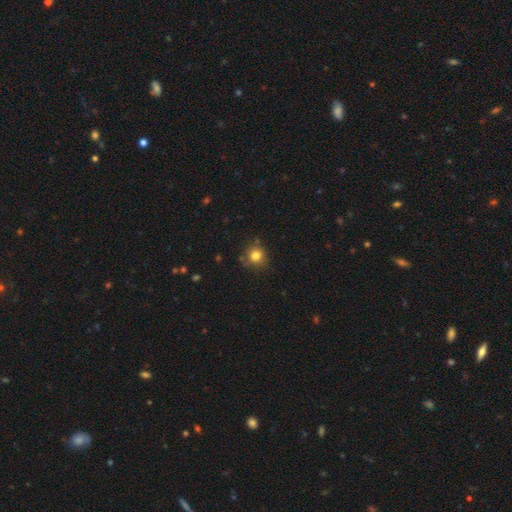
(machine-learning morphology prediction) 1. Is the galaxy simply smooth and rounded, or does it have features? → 80% smooth, 12% star or artifact, 7% featured or disk.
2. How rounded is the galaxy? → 85% round, 14% in between, 1% cigar-shaped.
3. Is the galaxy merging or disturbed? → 77% none, 16% minor disturbance, 4% major disturbance, 3% merger.